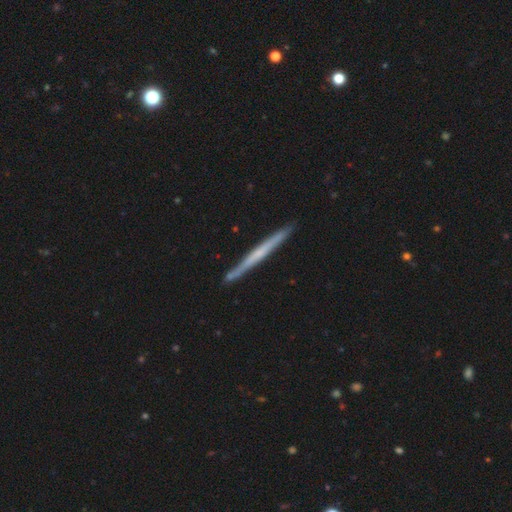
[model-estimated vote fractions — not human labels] Morphology: type=featured or disk (61%); edge-on=yes (98%); edge-on bulge=none (69%); merging=none (90%).